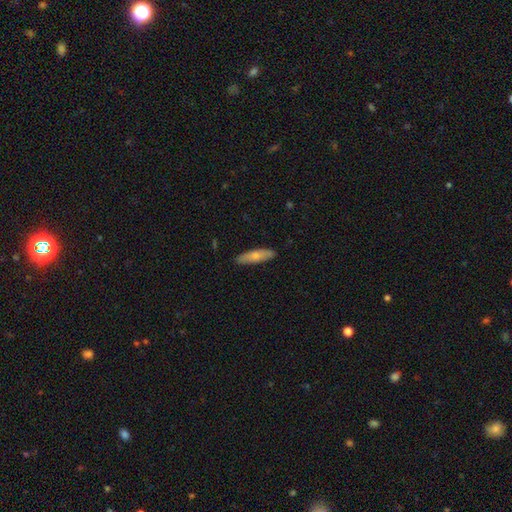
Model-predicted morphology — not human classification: A smooth galaxy with no disk features (73%) that is cigar-shaped (66%). Merging: none (88%).